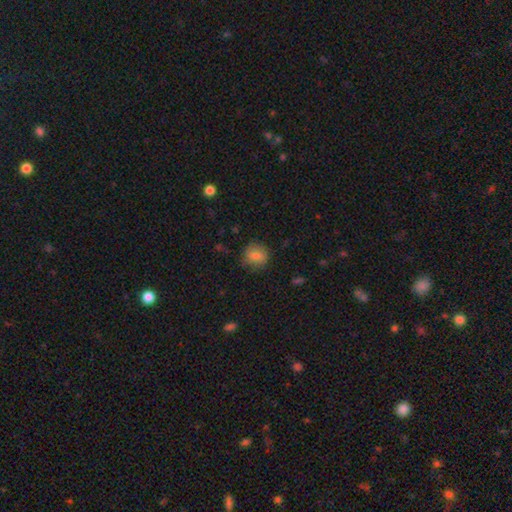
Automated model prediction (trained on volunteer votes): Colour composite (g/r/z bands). It shows a smooth galaxy with no disk features (80%) that is round (82%). Merging: none (81%).